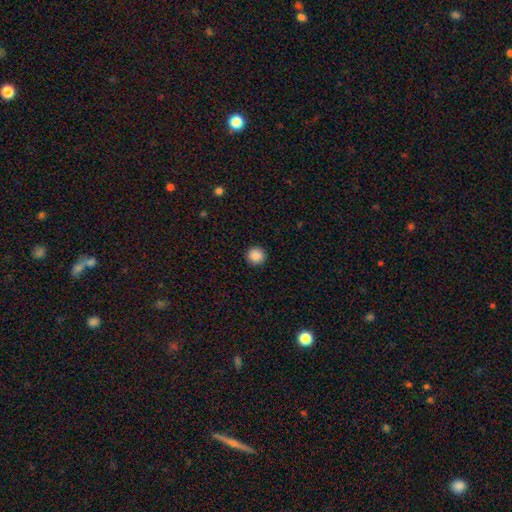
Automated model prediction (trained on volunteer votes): This is clearly a smooth galaxy (88%). How rounded: clearly round (94%). Merging: clearly none (92%).